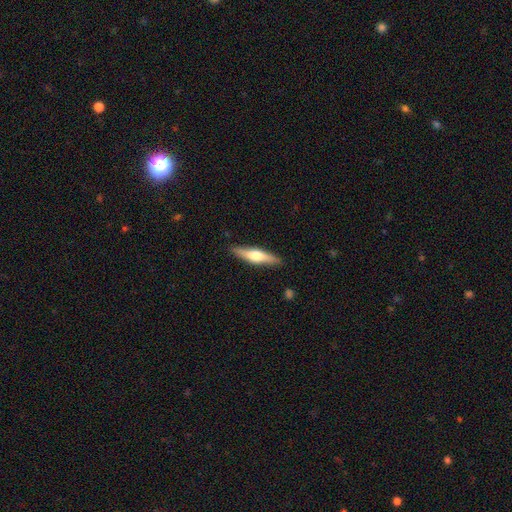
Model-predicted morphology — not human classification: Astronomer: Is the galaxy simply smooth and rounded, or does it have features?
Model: featured or disk — 50% (runner-up: smooth, 44%).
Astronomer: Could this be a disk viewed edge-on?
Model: yes — 94%.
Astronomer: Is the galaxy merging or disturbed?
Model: none — 88%.